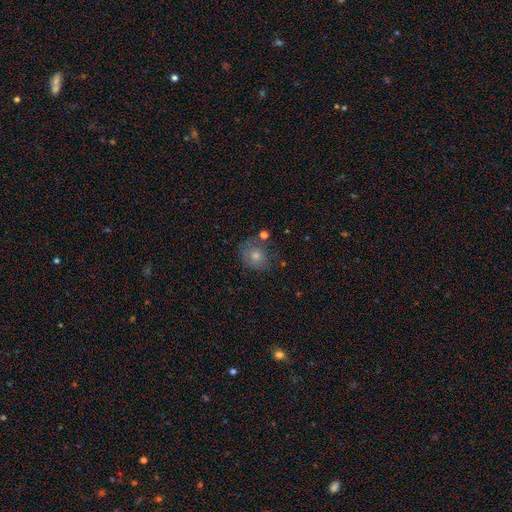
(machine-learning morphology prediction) A smooth galaxy with no disk features (59%) that is round (73%).

Vote fractions:
- Smooth or featured? smooth: 59% / featured or disk: 24% / star or artifact: 17%
- How rounded? round: 73% / in between: 26% / cigar-shaped: 1%
- Merging? none: 70% / minor disturbance: 18% / major disturbance: 6% / merger: 6%